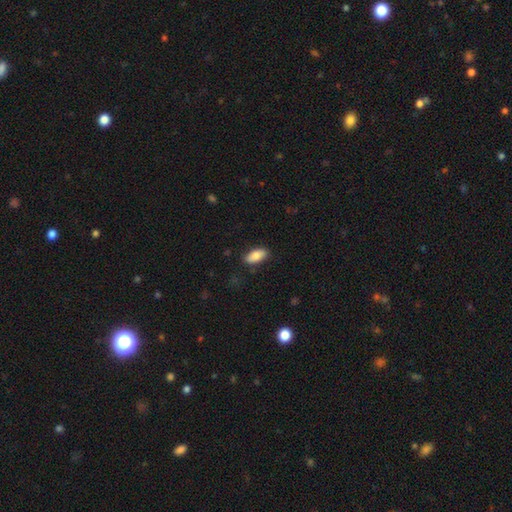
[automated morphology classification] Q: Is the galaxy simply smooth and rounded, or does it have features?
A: smooth — 83%.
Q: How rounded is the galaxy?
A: in between — 89%.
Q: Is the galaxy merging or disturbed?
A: none — 84%.